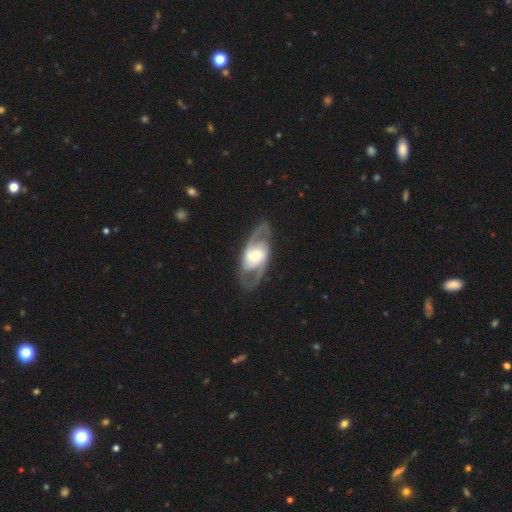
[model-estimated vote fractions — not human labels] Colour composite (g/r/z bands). It shows a featured or disk galaxy (87%) with a weak bar (41%), 2 (89%) medium (54%) spiral arms (94%) and a moderate central bulge (58%). Merging: none (81%).